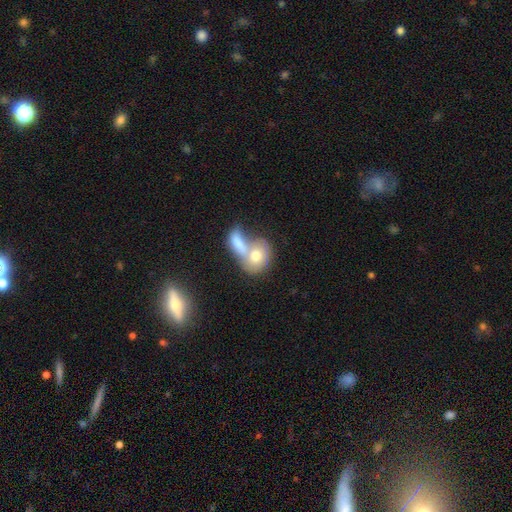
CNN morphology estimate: This is likely a smooth galaxy (68%). How rounded: possibly in between (56%). Merging: likely merger (72%).